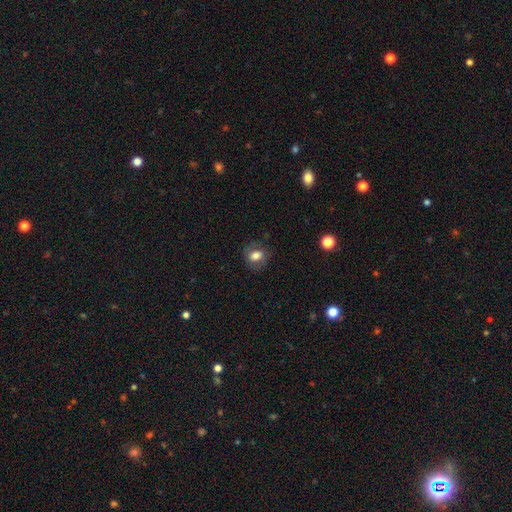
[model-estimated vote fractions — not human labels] This appears to be a smooth galaxy with no disk features (69%) that is in between round and cigar-shaped (56%). Merging: none (73%).